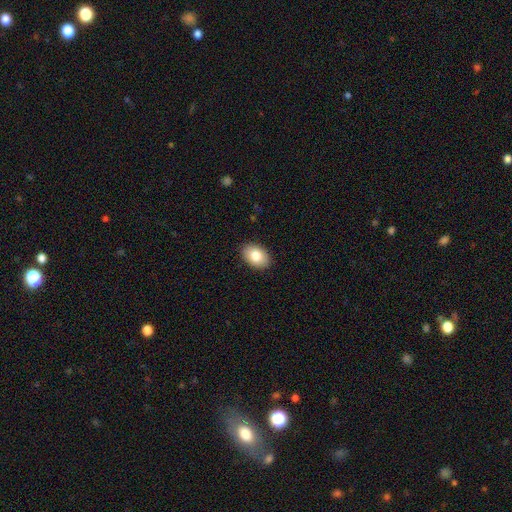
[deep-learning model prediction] The model was most divided on "how rounded": in between: 82%, round: 17%, cigar-shaped: 1%. More confident: merging — none (90%); smooth or featured — smooth (83%).